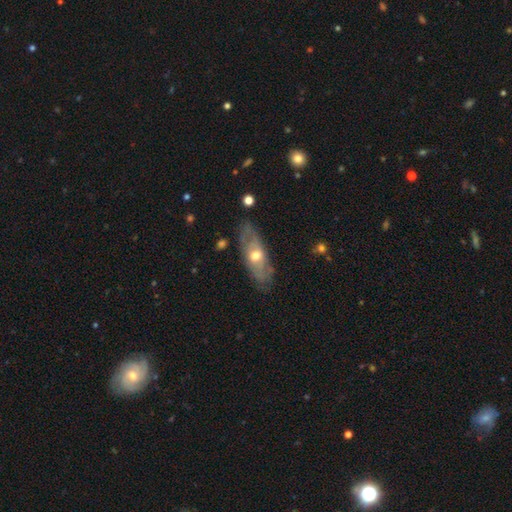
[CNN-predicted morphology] Smooth or featured? Predicted: featured or disk (p=0.57). Edge-on disk? Predicted: no (p=0.74). Merging? Predicted: none (p=0.74).